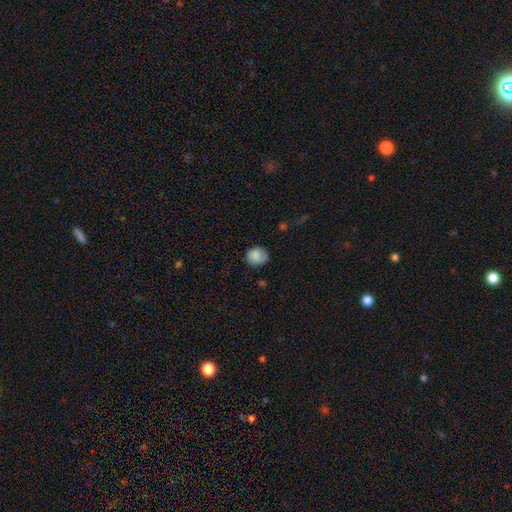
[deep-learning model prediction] This appears to be a smooth galaxy with no disk features (86%) that is round (78%). Merging: none (75%).